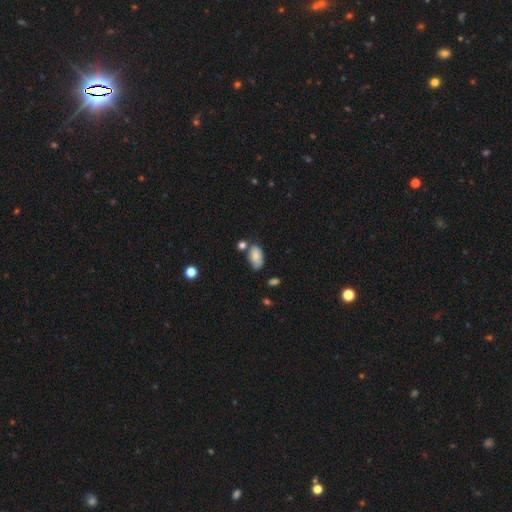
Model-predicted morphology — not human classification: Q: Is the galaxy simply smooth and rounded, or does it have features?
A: smooth — 82%.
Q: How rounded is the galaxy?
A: in between — 93%.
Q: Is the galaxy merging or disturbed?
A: none — 57%.